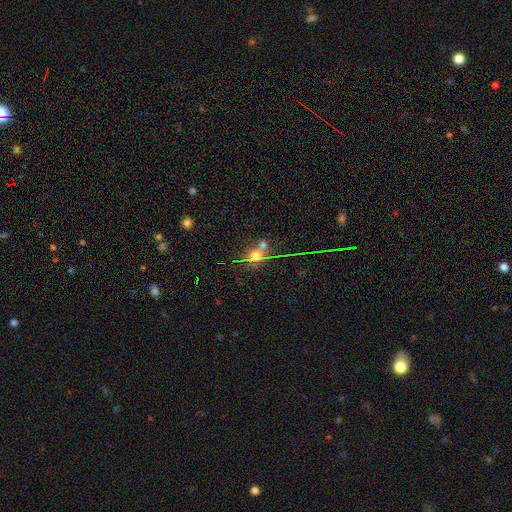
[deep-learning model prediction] This is possibly a smooth galaxy (46%). Merging: possibly none (55%).